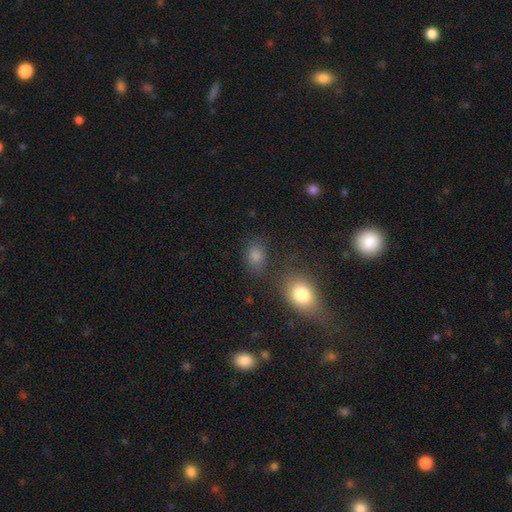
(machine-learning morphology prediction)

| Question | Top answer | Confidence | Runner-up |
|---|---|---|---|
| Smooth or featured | smooth | 76% | star or artifact (17%) |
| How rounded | in between | 58% | round (40%) |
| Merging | none | 71% | minor disturbance (14%) |